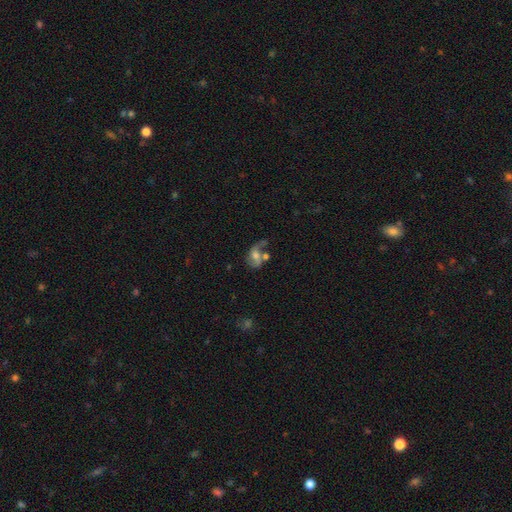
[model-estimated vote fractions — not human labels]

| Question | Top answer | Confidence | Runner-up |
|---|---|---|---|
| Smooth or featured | featured or disk | 58% | smooth (31%) |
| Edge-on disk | no | 96% | yes (4%) |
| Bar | no | 57% | weak (34%) |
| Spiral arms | yes | 76% | no (24%) |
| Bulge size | moderate | 52% | small (23%) |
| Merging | none | 29% | tied: merger (29%) |